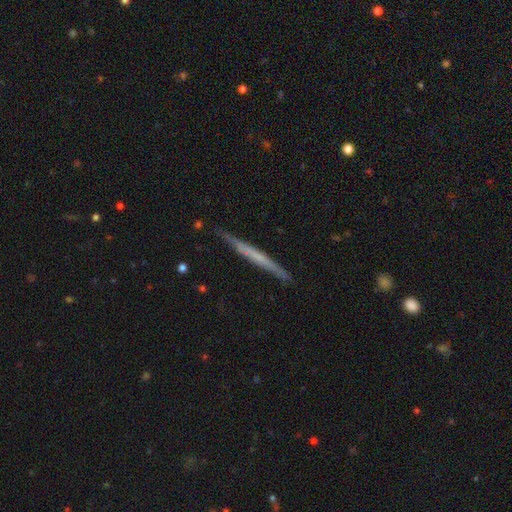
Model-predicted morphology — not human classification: A featured or disk galaxy (55%) viewed edge-on (97%) with no central bulge (83%).

Vote fractions:
- Smooth or featured? featured or disk: 55% / smooth: 40% / star or artifact: 6%
- Edge-on disk? yes: 97% / no: 3%
- Edge-on bulge? none: 83% / rounded: 11% / boxy: 7%
- Merging? none: 88% / minor disturbance: 9% / major disturbance: 2% / merger: 1%